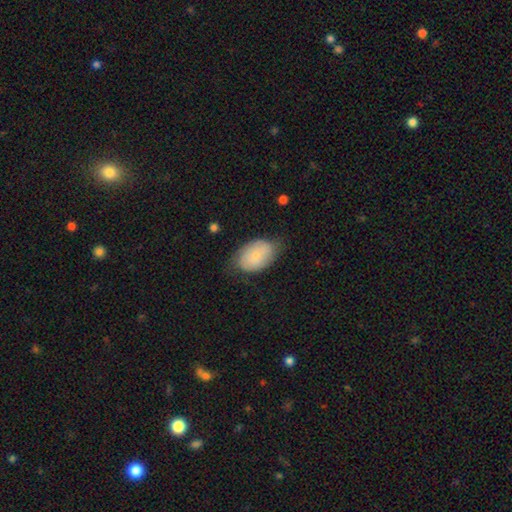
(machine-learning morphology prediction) Smooth or featured? Predicted: smooth (p=0.72). How rounded? Predicted: in between (p=0.88). Merging? Predicted: none (p=0.65).